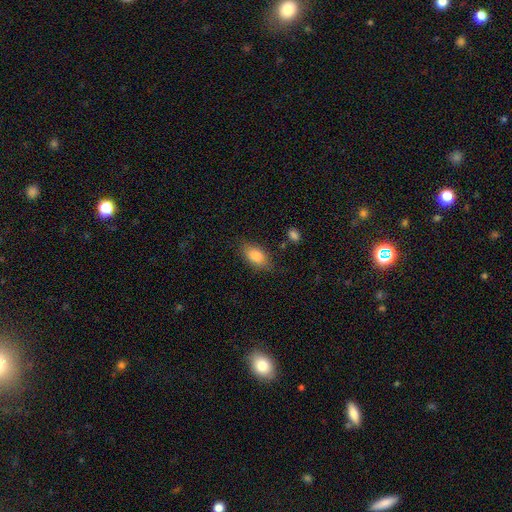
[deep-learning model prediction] Q: Smooth or featured?
A: smooth (84%); runner-up: featured or disk (8%)
Q: How rounded?
A: in between (89%); runner-up: cigar-shaped (6%)
Q: Merging?
A: none (79%); runner-up: minor disturbance (15%)